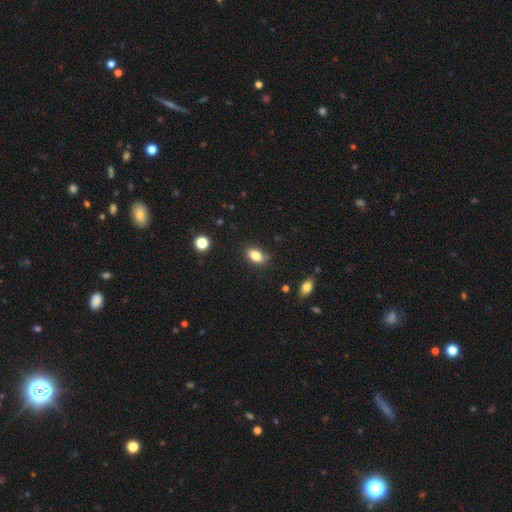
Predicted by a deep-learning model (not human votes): Smooth or featured? smooth (84%)
How rounded? in between (88%)
Merging? none (83%)